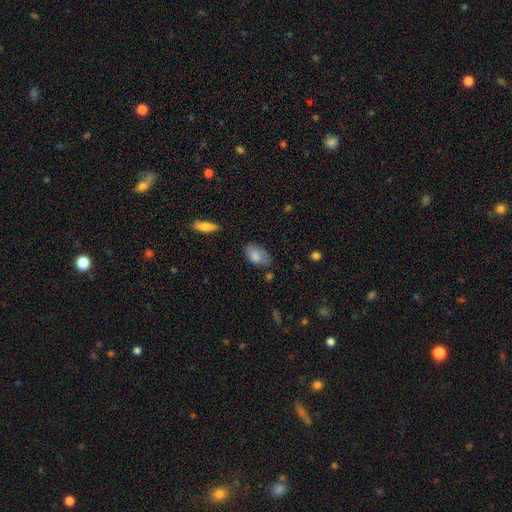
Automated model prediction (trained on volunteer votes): Q: Smooth or featured?
A: smooth (80%); runner-up: featured or disk (13%)
Q: How rounded?
A: in between (92%); runner-up: round (6%)
Q: Merging?
A: none (54%); runner-up: minor disturbance (32%)